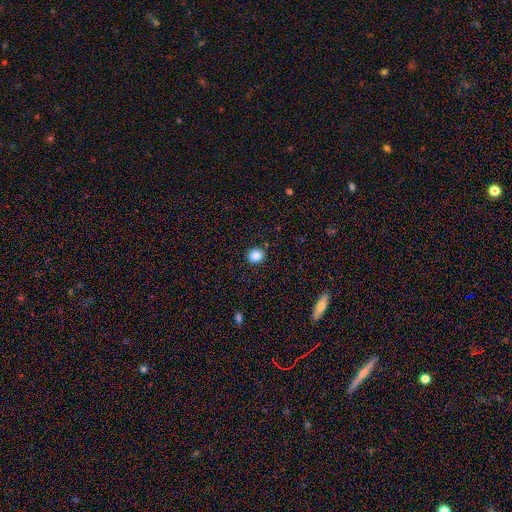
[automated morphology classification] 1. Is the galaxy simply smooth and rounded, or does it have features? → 86% smooth, 10% star or artifact, 4% featured or disk.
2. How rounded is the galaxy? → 78% round, 21% in between, 1% cigar-shaped.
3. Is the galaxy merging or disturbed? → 89% none, 7% minor disturbance, 2% major disturbance, 1% merger.